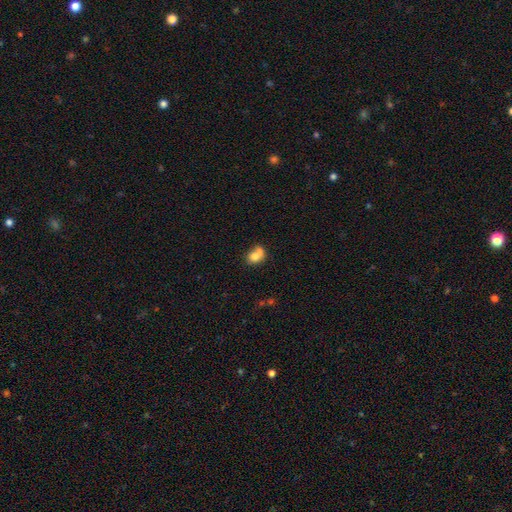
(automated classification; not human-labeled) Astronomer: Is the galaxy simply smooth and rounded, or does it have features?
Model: smooth — 73%.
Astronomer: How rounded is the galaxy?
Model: round — 50% (runner-up: in between, 49%).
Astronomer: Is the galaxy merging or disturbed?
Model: merger — 55%.